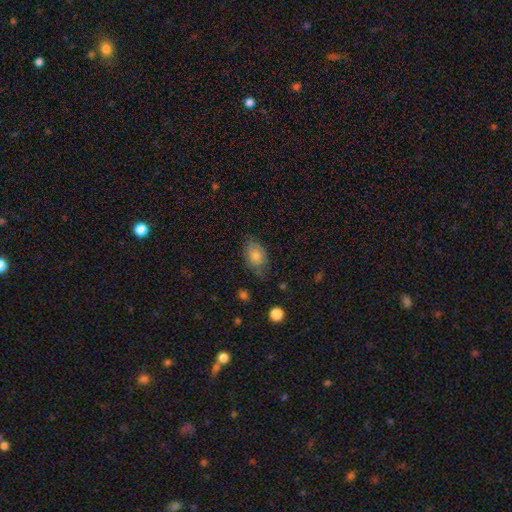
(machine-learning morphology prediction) A smooth galaxy with no disk features (76%) that is in between round and cigar-shaped (82%).

Vote fractions:
- Smooth or featured? smooth: 76% / featured or disk: 15% / star or artifact: 9%
- How rounded? in between: 82% / round: 17% / cigar-shaped: 2%
- Merging? none: 68% / minor disturbance: 25% / major disturbance: 6% / merger: 2%